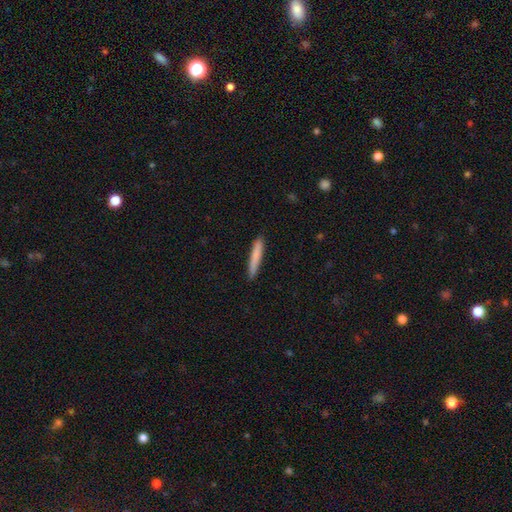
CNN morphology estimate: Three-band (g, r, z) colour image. It shows a smooth galaxy with no disk features (79%) that is cigar-shaped (95%). Merging: none (89%).